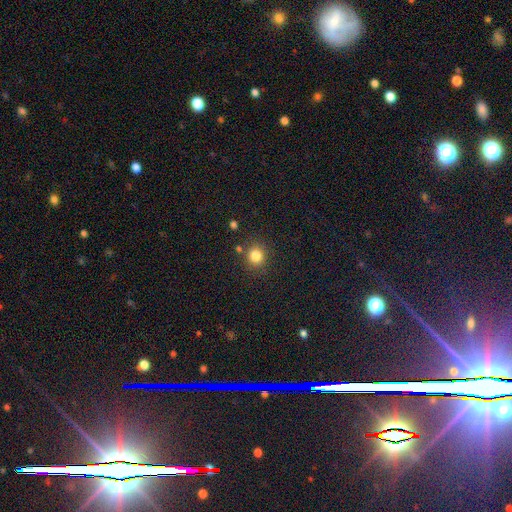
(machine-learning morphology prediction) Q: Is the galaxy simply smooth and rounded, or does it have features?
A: smooth — 83%.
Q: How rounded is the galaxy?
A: round — 88%.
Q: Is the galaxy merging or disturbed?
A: none — 84%.